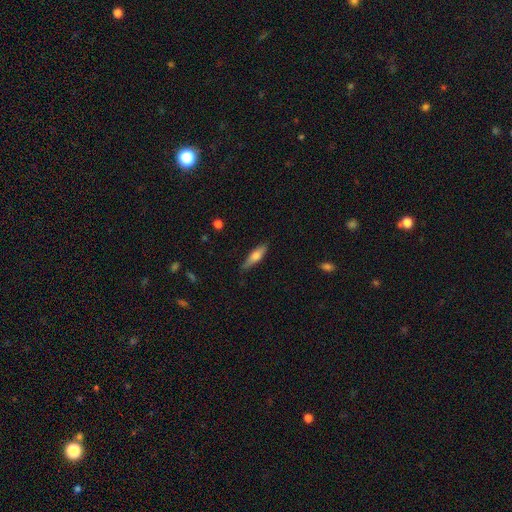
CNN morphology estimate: The model was most divided on "smooth or featured": smooth: 61%, featured or disk: 33%, star or artifact: 6%. More confident: merging — none (83%); how rounded — cigar-shaped (66%).